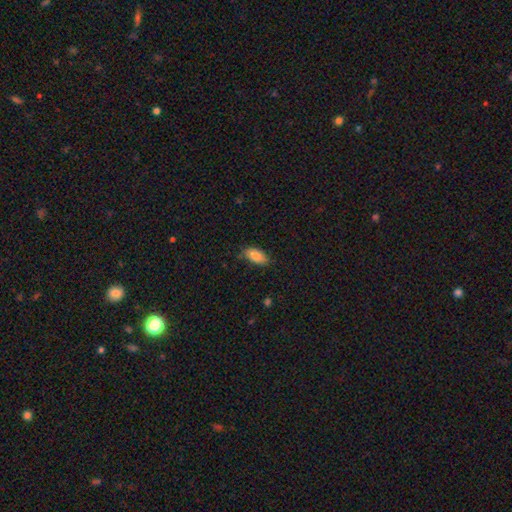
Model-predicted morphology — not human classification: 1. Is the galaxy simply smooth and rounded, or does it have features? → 85% smooth, 8% featured or disk, 7% star or artifact.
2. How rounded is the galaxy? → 90% in between, 7% cigar-shaped, 3% round.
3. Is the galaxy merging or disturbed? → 74% none, 21% minor disturbance, 4% major disturbance, 1% merger.